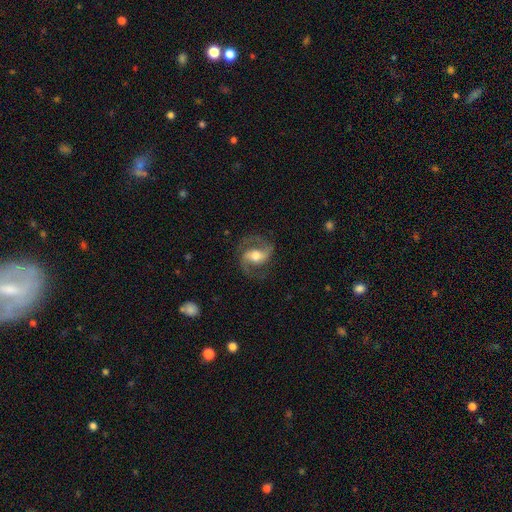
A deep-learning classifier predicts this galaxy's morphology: smooth_or_featured: featured or disk (p=0.84) [alt: smooth p=0.10]
disk_edge_on: no (p=0.97) [alt: yes p=0.03]
bar: weak (p=0.43) [alt: strong p=0.33]
has_spiral_arms: yes (p=0.95) [alt: no p=0.05]
spiral_winding: medium (p=0.57) [alt: loose p=0.26]
spiral_arm_count: 2 (p=0.92) [alt: can't tell p=0.03]
bulge_size: moderate (p=0.65) [alt: large p=0.18]
merging: none (p=0.77) [alt: minor disturbance p=0.14]